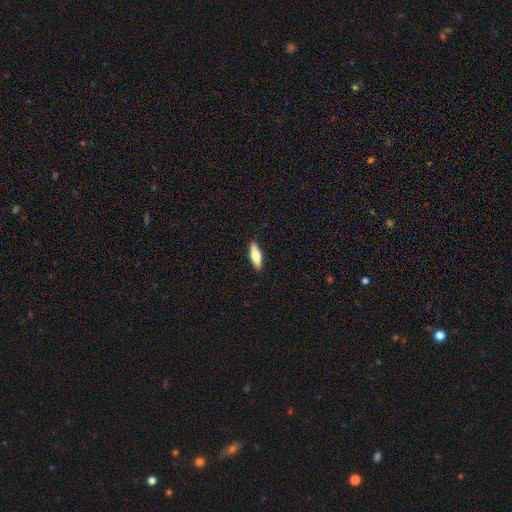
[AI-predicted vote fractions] Smooth or featured?
  - smooth: 52% *
  - featured or disk: 43%
  - star or artifact: 6%
How rounded?
  - cigar-shaped: 55% *
  - in between: 43%
  - round: 3%
Merging?
  - none: 91% *
  - minor disturbance: 7%
  - major disturbance: 2%
  - merger: 1%